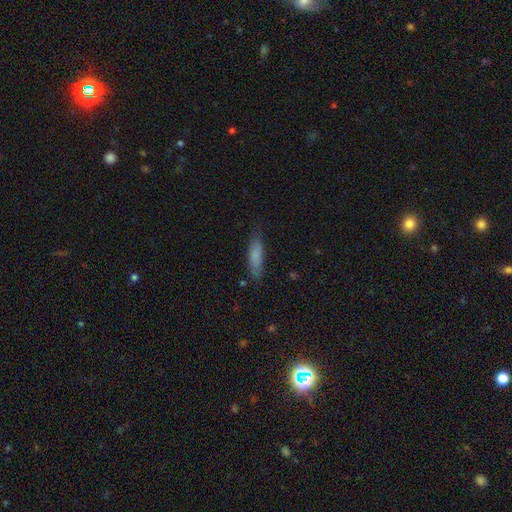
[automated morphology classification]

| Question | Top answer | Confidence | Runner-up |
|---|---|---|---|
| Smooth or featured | smooth | 80% | featured or disk (13%) |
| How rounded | cigar-shaped | 66% | in between (33%) |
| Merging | none | 79% | minor disturbance (16%) |